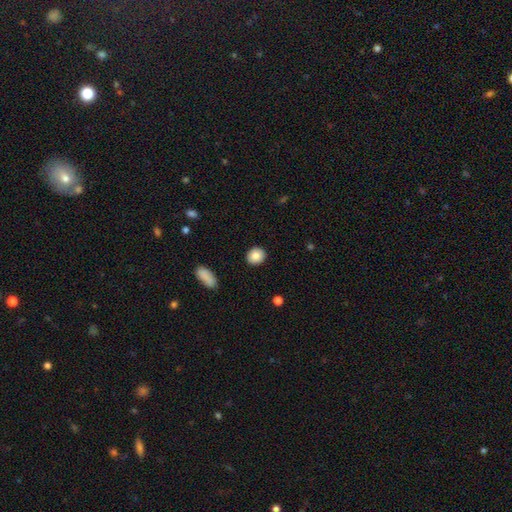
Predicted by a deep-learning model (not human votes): A smooth galaxy with no disk features (84%) that is round (77%). Merging: none (91%).